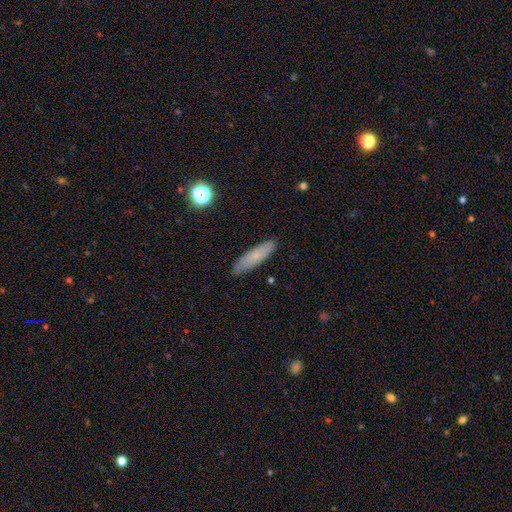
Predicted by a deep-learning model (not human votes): smooth 69%, featured or disk 23%, star or artifact 8%. Down the decision tree: how rounded — cigar-shaped (71%); merging — none (84%).